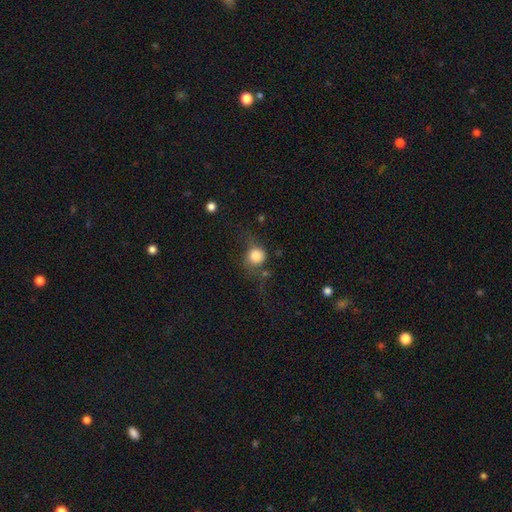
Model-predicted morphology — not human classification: Smooth or featured? smooth (78%)
How rounded? round (84%)
Merging? none (49%)